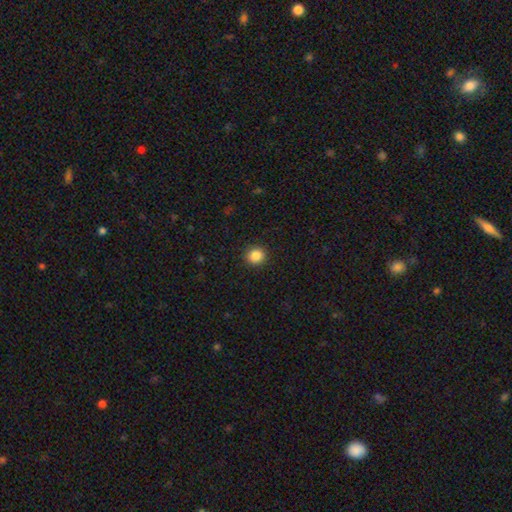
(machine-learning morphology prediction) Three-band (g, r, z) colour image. It shows a smooth galaxy with no disk features (86%) that is round (90%). Merging: none (93%).